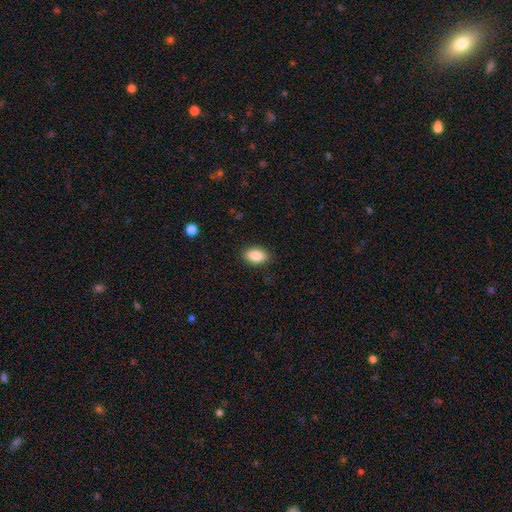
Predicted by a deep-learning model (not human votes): Smooth or featured: smooth — 87% (star or artifact — 8%)
How rounded: in between — 89% (round — 9%)
Merging: none — 88% (minor disturbance — 9%)